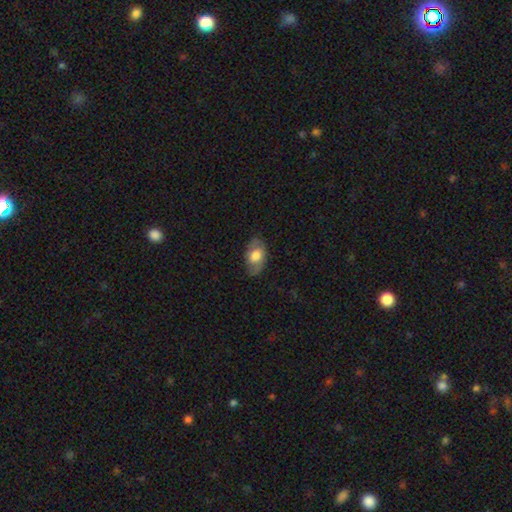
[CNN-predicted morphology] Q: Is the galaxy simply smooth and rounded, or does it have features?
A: smooth — 65%.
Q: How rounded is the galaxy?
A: in between — 91%.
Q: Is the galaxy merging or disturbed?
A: none — 74%.